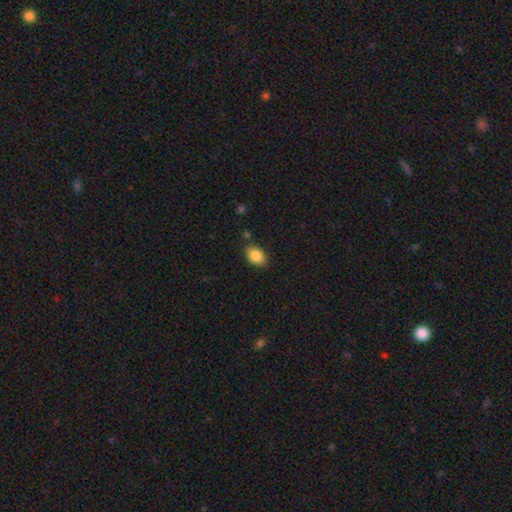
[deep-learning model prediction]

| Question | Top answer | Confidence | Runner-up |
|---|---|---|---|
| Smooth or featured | smooth | 86% | star or artifact (8%) |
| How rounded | in between | 85% | round (14%) |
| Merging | none | 84% | minor disturbance (11%) |